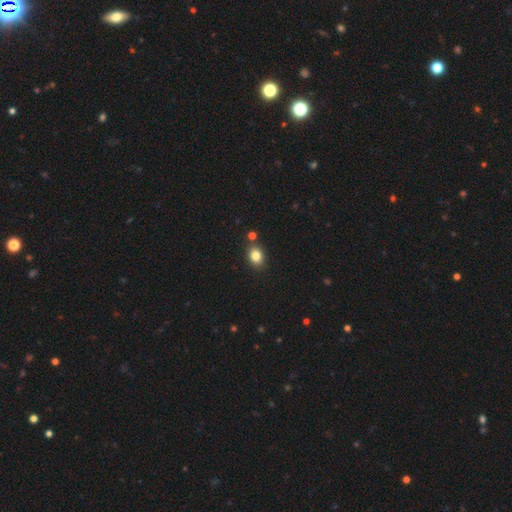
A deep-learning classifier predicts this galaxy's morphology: Smooth or featured?
  - smooth: 83% *
  - star or artifact: 11%
  - featured or disk: 6%
How rounded?
  - in between: 59% *
  - round: 40%
  - cigar-shaped: 1%
Merging?
  - none: 82% *
  - minor disturbance: 9%
  - merger: 7%
  - major disturbance: 2%